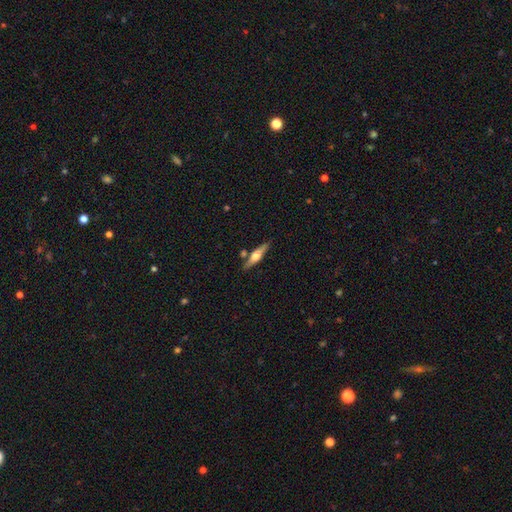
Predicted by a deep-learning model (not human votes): smooth_or_featured: featured or disk (p=0.59) [alt: smooth p=0.36]
disk_edge_on: yes (p=0.94) [alt: no p=0.06]
edge_on_bulge: rounded (p=0.90) [alt: boxy p=0.07]
merging: none (p=0.79) [alt: minor disturbance p=0.11]